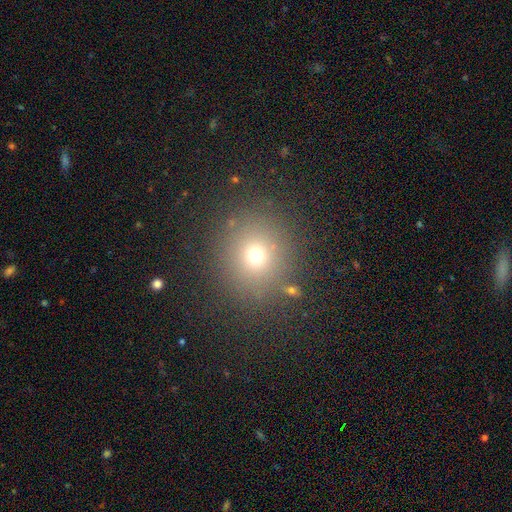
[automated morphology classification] Smooth or featured? smooth (68%)
How rounded? round (89%)
Merging? none (84%)